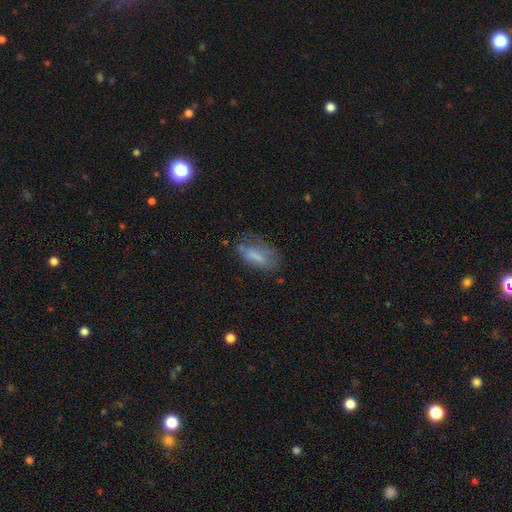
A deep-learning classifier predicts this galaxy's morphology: smooth-or-featured: smooth: 67% | featured or disk: 24% | star or artifact: 9%
  how-rounded: in between: 83% | cigar-shaped: 14% | round: 3%
  merging: none: 49% | minor disturbance: 30% | major disturbance: 18% | merger: 3%